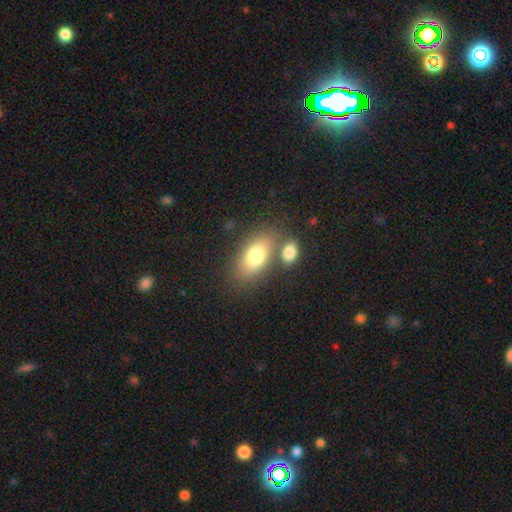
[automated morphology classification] Smooth or featured: smooth — 76% (featured or disk — 16%)
How rounded: in between — 89% (round — 7%)
Merging: none — 61% (merger — 25%)